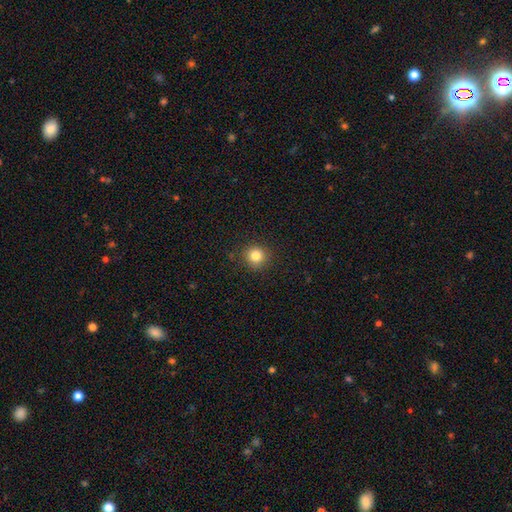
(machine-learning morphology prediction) This is clearly a smooth galaxy (83%). How rounded: clearly round (93%). Merging: clearly none (89%).